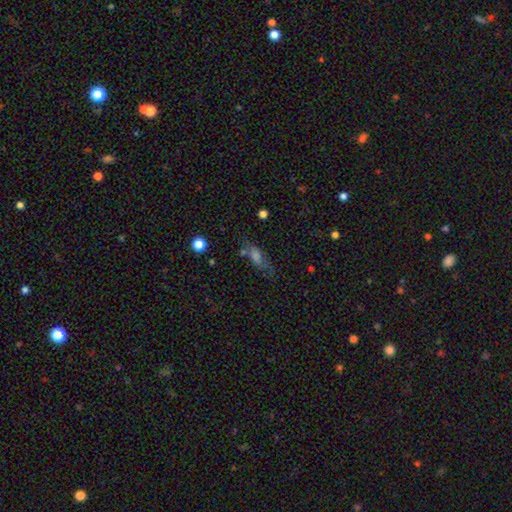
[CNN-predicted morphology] A smooth galaxy with no disk features (52%) that is in between round and cigar-shaped (52%). Merging: none (53%).